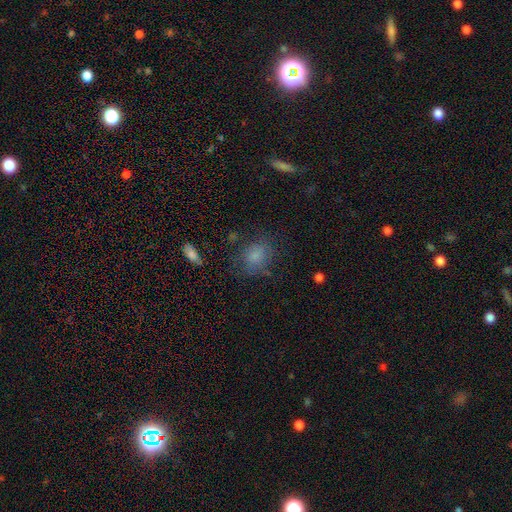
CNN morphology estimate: type=smooth (78%); roundness=round (53%); merging=none (71%).